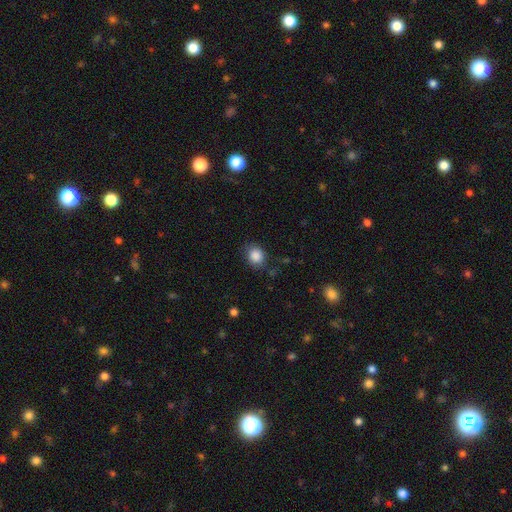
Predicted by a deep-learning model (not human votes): A smooth galaxy with no disk features (87%) that is round (70%). Merging: none (78%).